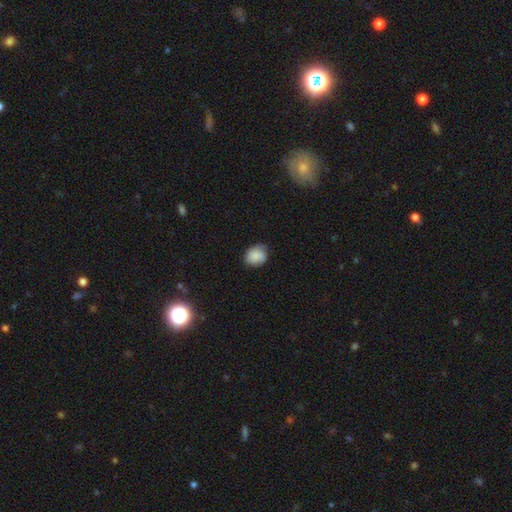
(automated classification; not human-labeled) This appears to be a smooth galaxy with no disk features (83%) that is round (50%). Merging: none (67%).